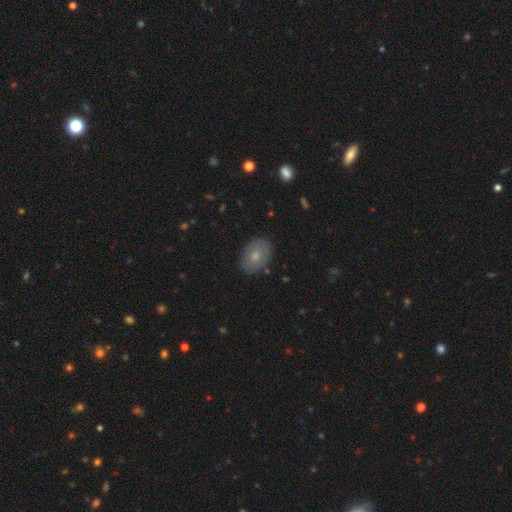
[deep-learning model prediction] smooth_or_featured: smooth (p=0.65) [alt: featured or disk p=0.27]
how_rounded: in between (p=0.81) [alt: round p=0.18]
merging: none (p=0.84) [alt: minor disturbance p=0.12]